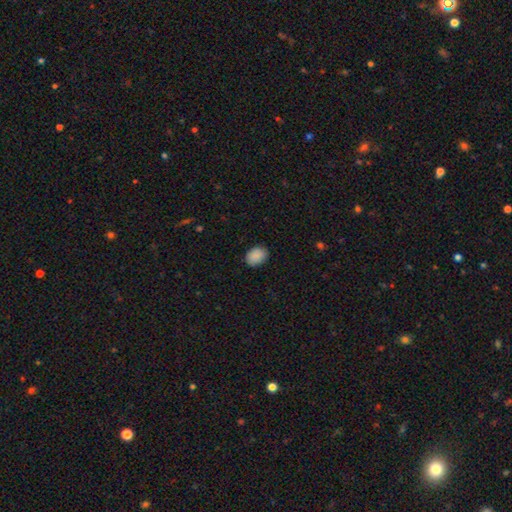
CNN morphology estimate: Smooth or featured? Predicted: smooth (p=0.90). How rounded? Predicted: in between (p=0.71). Merging? Predicted: none (p=0.86).